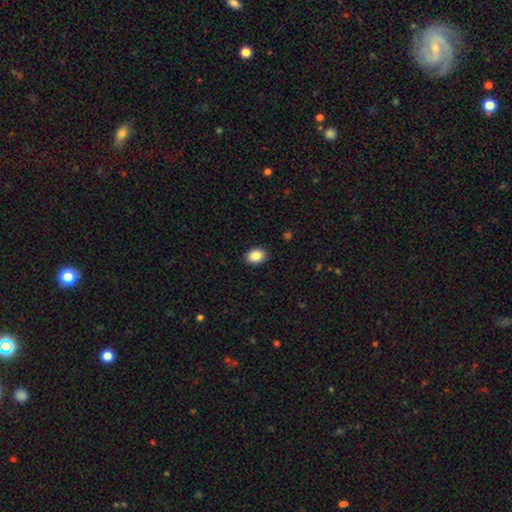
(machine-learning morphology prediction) smooth 87%, star or artifact 8%, featured or disk 5%. Down the decision tree: how rounded — in between (67%); merging — none (90%).